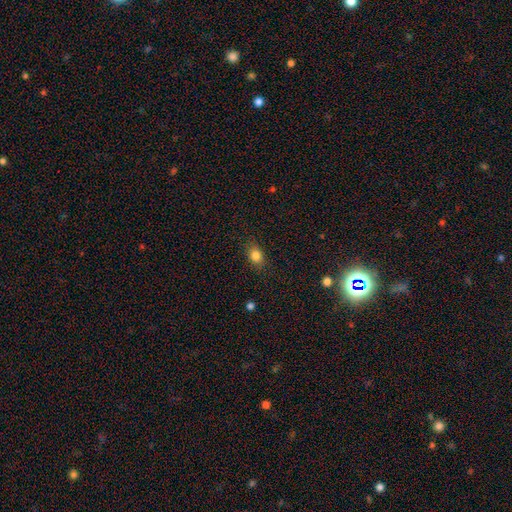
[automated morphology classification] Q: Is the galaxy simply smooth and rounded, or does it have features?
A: smooth — 83%.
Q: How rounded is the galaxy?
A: in between — 68%.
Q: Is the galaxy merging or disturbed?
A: none — 85%.